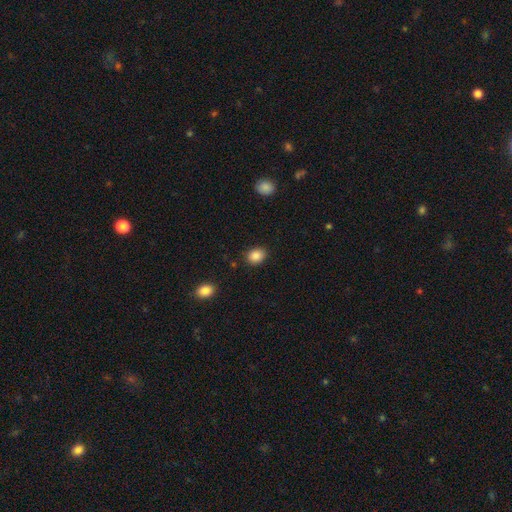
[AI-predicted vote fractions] Smooth or featured: smooth — 87% (star or artifact — 9%)
How rounded: in between — 50% (round — 49%)
Merging: none — 86% (minor disturbance — 9%)